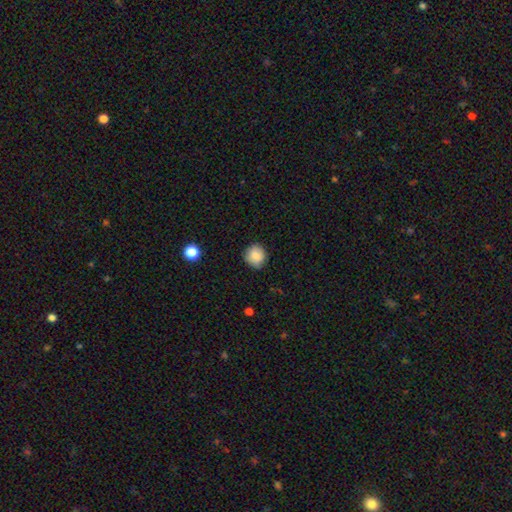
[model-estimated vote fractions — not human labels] This appears to be a smooth galaxy with no disk features (85%) that is round (89%). Merging: none (84%).